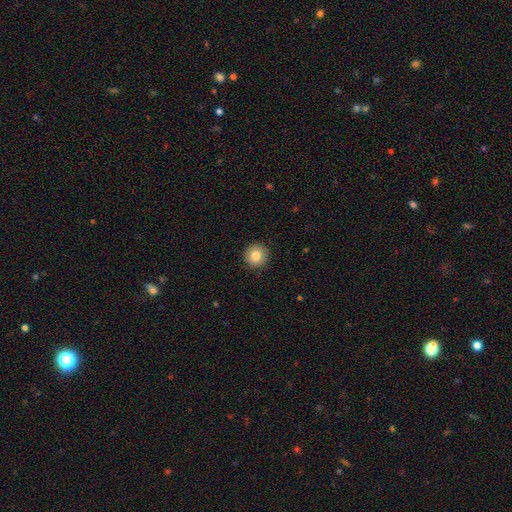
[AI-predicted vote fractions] Overall: smooth (84%). How rounded: round (94%). Merging: none (91%).